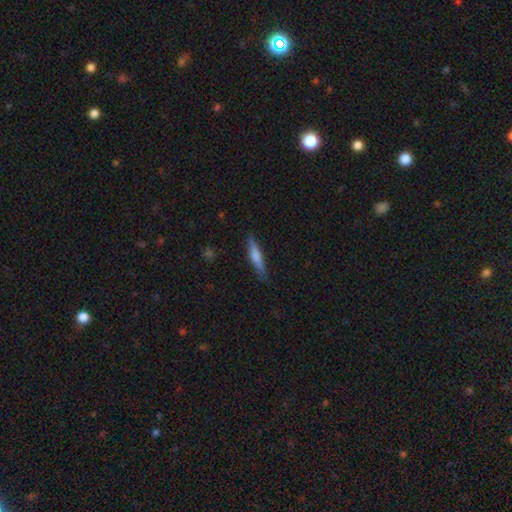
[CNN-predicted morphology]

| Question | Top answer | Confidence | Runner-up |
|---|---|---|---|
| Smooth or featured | smooth | 51% | featured or disk (43%) |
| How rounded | cigar-shaped | 90% | in between (9%) |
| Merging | none | 86% | minor disturbance (10%) |